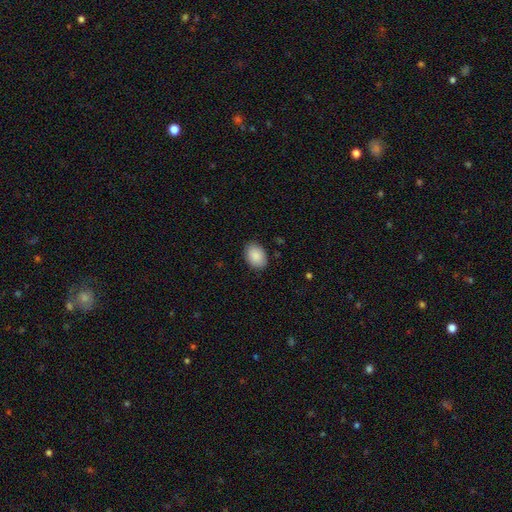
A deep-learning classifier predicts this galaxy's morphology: The model was most divided on "how rounded": in between: 77%, round: 22%, cigar-shaped: 1%. More confident: smooth or featured — smooth (90%); merging — none (86%).